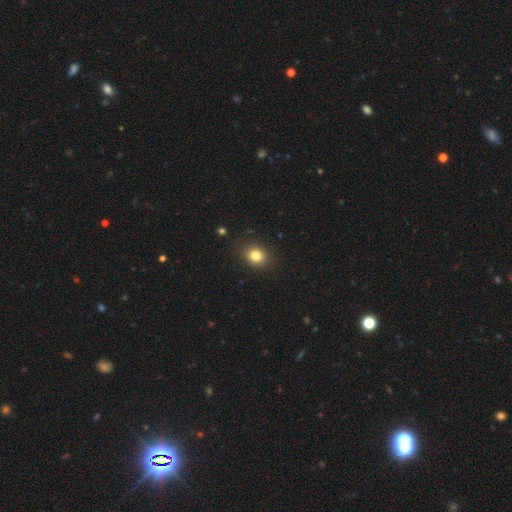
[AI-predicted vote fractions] A smooth galaxy with no disk features (81%) that is round (66%).

Vote fractions:
- Smooth or featured? smooth: 81% / star or artifact: 12% / featured or disk: 7%
- How rounded? round: 66% / in between: 33% / cigar-shaped: 1%
- Merging? none: 87% / minor disturbance: 9% / major disturbance: 3% / merger: 1%